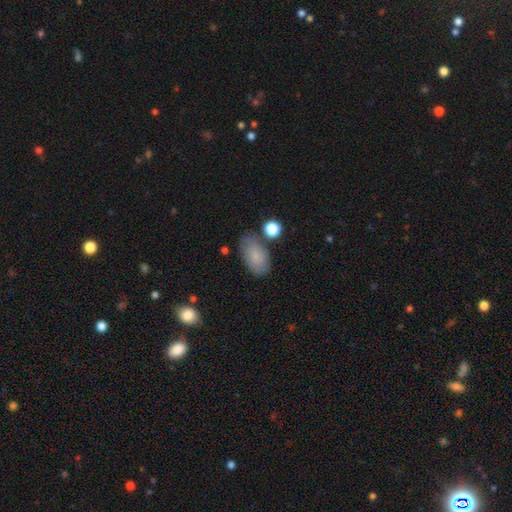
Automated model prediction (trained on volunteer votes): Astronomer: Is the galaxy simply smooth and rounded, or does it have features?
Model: smooth — 80%.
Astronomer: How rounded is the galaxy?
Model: in between — 92%.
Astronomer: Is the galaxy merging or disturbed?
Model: none — 72%.